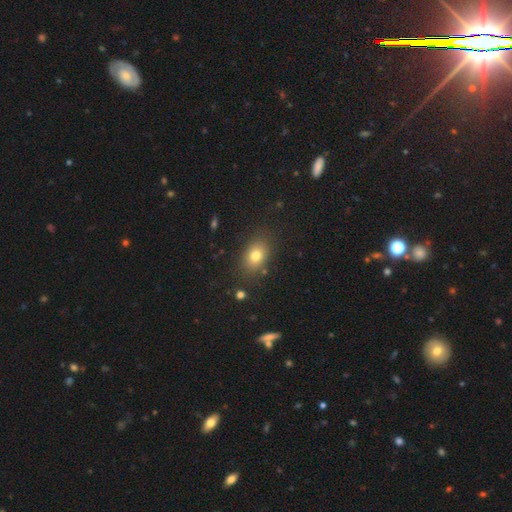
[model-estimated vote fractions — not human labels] Smooth or featured? Predicted: smooth (p=0.78). How rounded? Predicted: in between (p=0.73). Merging? Predicted: none (p=0.82).